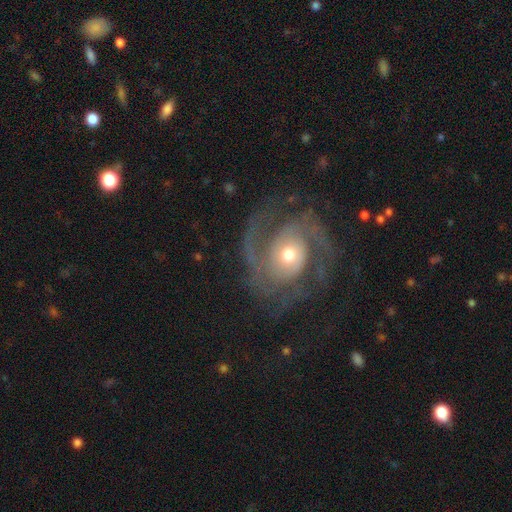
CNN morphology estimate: Smooth or featured?
  - featured or disk: 90% *
  - star or artifact: 5%
  - smooth: 5%
Edge-on disk?
  - no: 98% *
  - yes: 2%
Bar?
  - no: 69% *
  - weak: 23%
  - strong: 8%
Spiral arms?
  - yes: 98% *
  - no: 2%
Spiral winding?
  - tight: 46% *
  - medium: 44%
  - loose: 9%
Spiral arm count?
  - 2: 70% *
  - 3: 13%
  - can't tell: 7%
  - 1: 4%
  - 4: 3%
  - more than 4: 3%
Bulge size?
  - moderate: 59% *
  - small: 33%
  - large: 6%
  - dominant: 1%
  - none: 1%
Merging?
  - none: 74% *
  - minor disturbance: 15%
  - major disturbance: 10%
  - merger: 1%